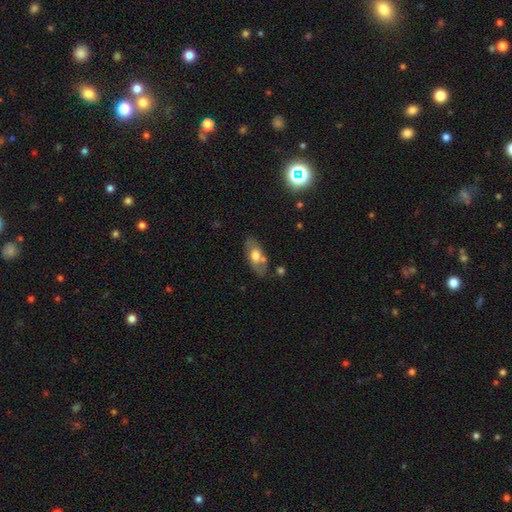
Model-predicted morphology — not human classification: Smooth or featured? smooth (56%)
How rounded? in between (86%)
Merging? none (68%)